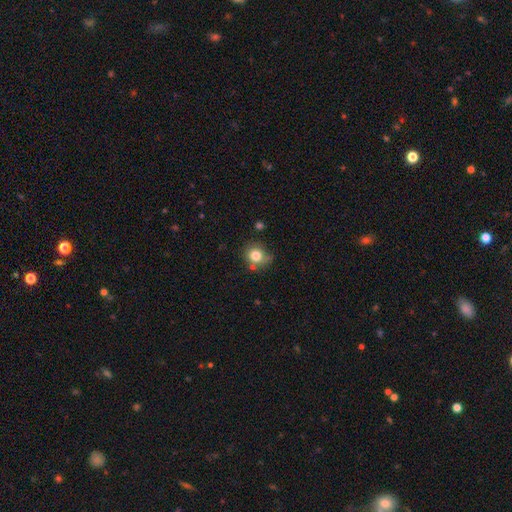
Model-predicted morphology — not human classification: smooth_or_featured: smooth (p=0.79) [alt: star or artifact p=0.11]
how_rounded: round (p=0.82) [alt: in between p=0.17]
merging: none (p=0.65) [alt: minor disturbance p=0.20]